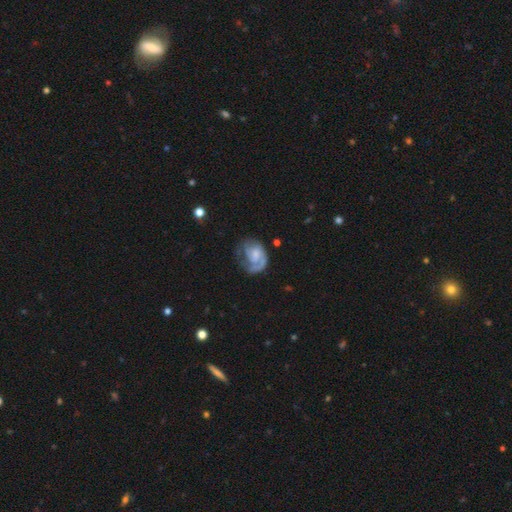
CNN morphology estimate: smooth-or-featured: featured or disk: 75% | smooth: 19% | star or artifact: 6%
  disk-edge-on: no: 98% | yes: 2%
    bar: no: 59% | weak: 35% | strong: 6%
    has-spiral-arms: yes: 90% | no: 10%
      spiral-winding: tight: 45% | medium: 38% | loose: 17%
      spiral-arm-count: 1: 44% | 2: 35% | can't tell: 13% | 3: 5% | 4: 2% | more than 4: 1%
    bulge-size: small: 41% | moderate: 28% | none: 23% | large: 6% | dominant: 2%
  merging: none: 50% | major disturbance: 25% | minor disturbance: 23% | merger: 3%